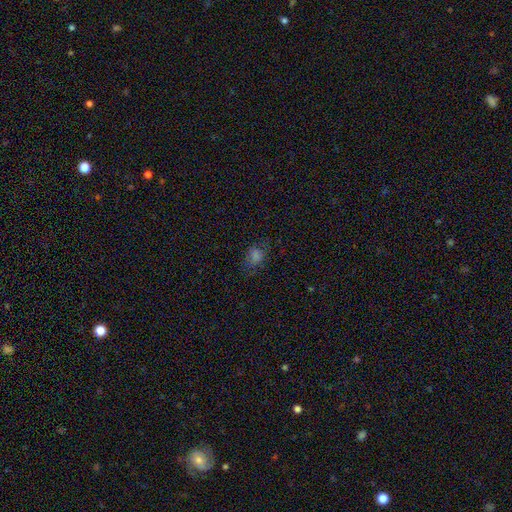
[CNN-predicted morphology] This is likely a smooth galaxy (61%). How rounded: likely in between (67%). Merging: likely none (68%).